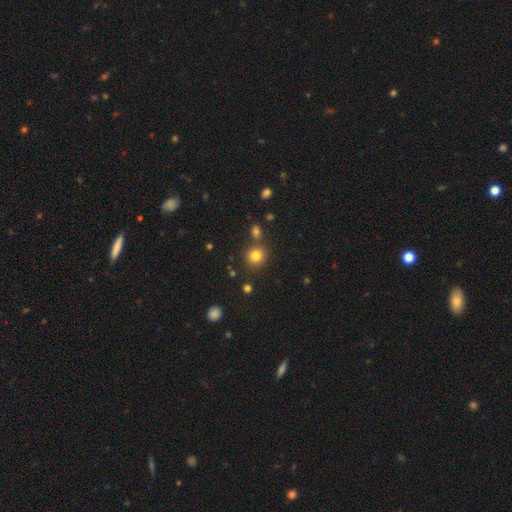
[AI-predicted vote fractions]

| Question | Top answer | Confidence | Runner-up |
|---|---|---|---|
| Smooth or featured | smooth | 80% | star or artifact (13%) |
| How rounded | round | 85% | in between (14%) |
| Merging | none | 78% | merger (10%) |